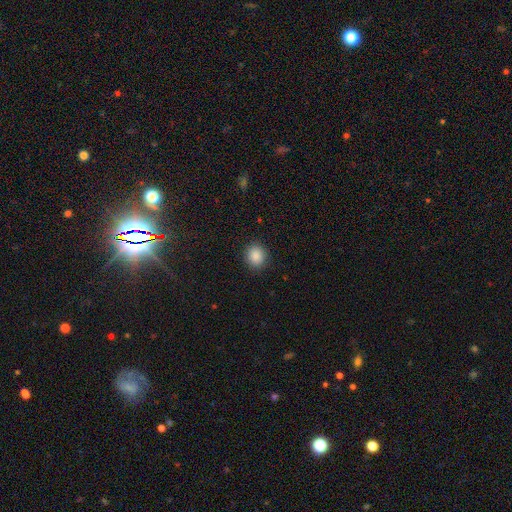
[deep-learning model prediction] Q: Smooth or featured?
A: smooth (88%); runner-up: star or artifact (9%)
Q: How rounded?
A: round (79%); runner-up: in between (20%)
Q: Merging?
A: none (90%); runner-up: minor disturbance (6%)